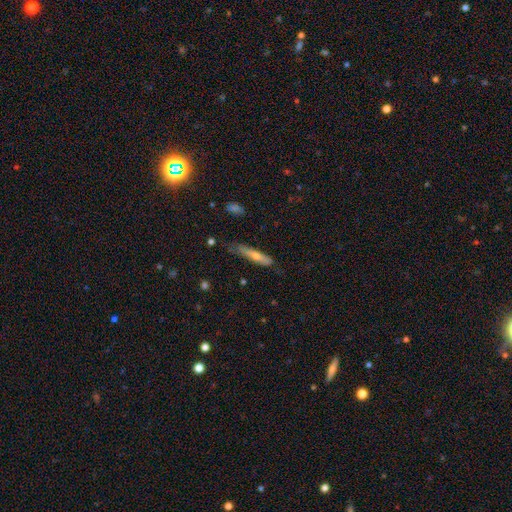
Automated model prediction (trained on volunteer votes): A smooth galaxy with no disk features (52%) that is cigar-shaped (89%). Merging: none (62%).